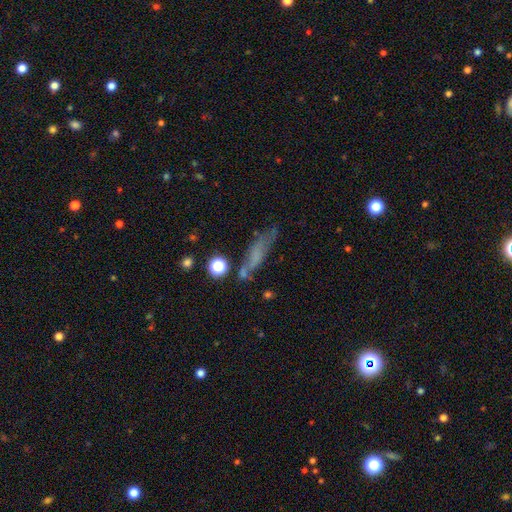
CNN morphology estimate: smooth-or-featured: smooth: 49% | featured or disk: 35% | star or artifact: 16%
  merging: none: 51% | minor disturbance: 23% | major disturbance: 16% | merger: 9%